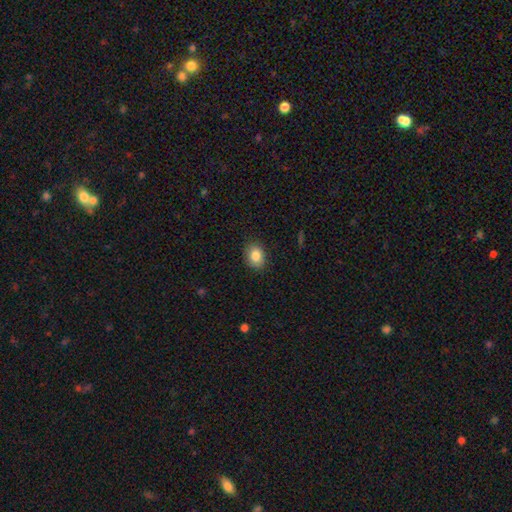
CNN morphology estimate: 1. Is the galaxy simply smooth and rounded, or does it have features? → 84% smooth, 9% star or artifact, 8% featured or disk.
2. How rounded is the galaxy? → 66% in between, 33% round, 1% cigar-shaped.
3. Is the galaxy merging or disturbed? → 86% none, 11% minor disturbance, 2% major disturbance, 1% merger.